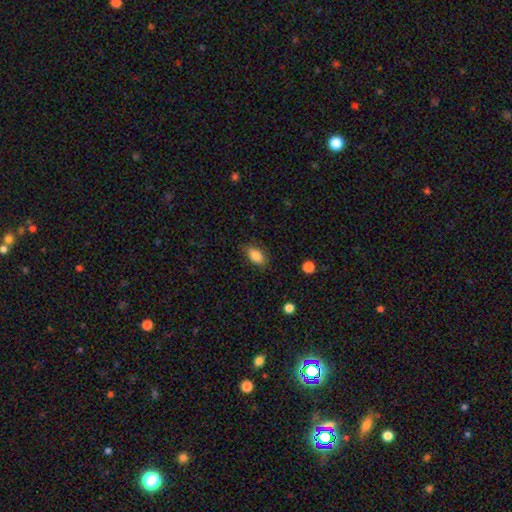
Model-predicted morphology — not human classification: This appears to be a smooth galaxy with no disk features (86%) that is in between round and cigar-shaped (89%). Merging: none (84%).